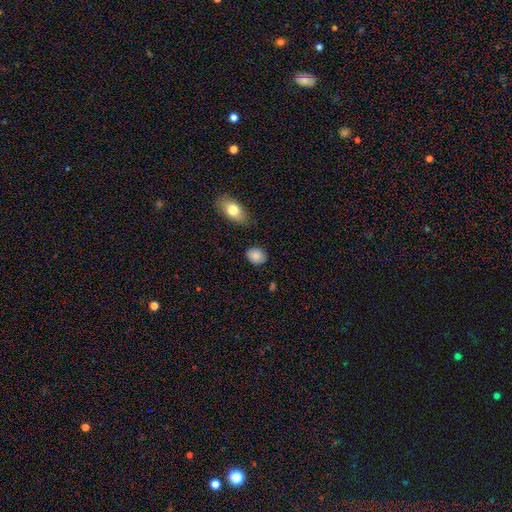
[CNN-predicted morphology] Smooth or featured?
  - smooth: 86% *
  - star or artifact: 8%
  - featured or disk: 6%
How rounded?
  - in between: 51% *
  - round: 47%
  - cigar-shaped: 1%
Merging?
  - none: 83% *
  - minor disturbance: 12%
  - major disturbance: 3%
  - merger: 2%